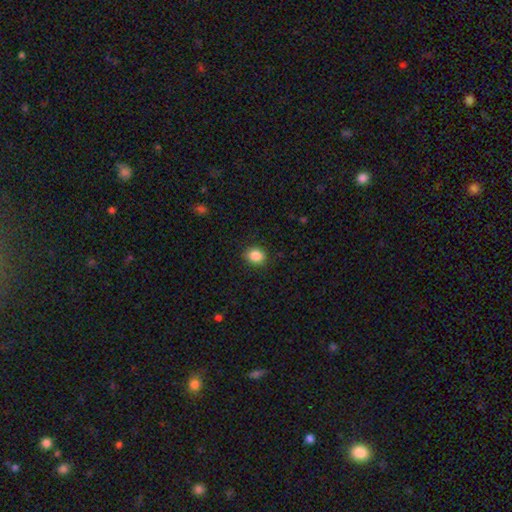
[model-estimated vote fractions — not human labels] smooth_or_featured: smooth (p=0.87) [alt: star or artifact p=0.09]
how_rounded: round (p=0.58) [alt: in between p=0.41]
merging: none (p=0.89) [alt: minor disturbance p=0.08]